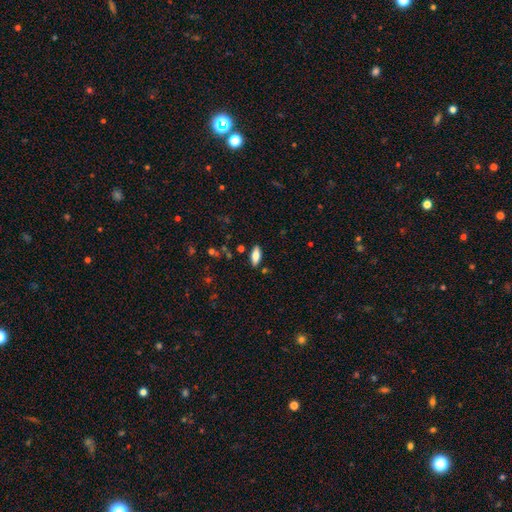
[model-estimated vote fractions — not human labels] The model was most divided on "how rounded": in between: 74%, cigar-shaped: 24%, round: 2%. More confident: merging — none (86%); smooth or featured — smooth (74%).